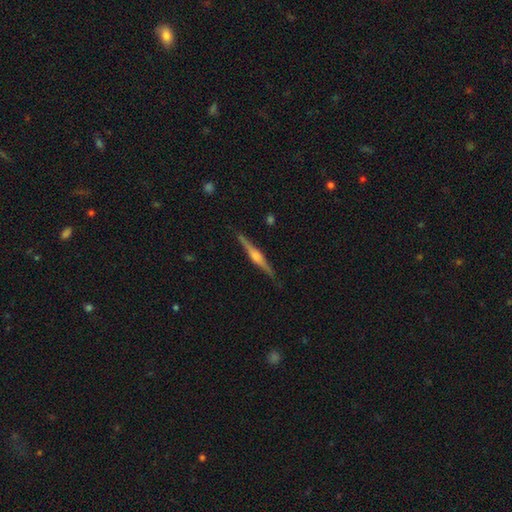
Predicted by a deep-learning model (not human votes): smooth_or_featured: featured or disk (p=0.76) [alt: smooth p=0.18]
disk_edge_on: yes (p=0.98) [alt: no p=0.02]
edge_on_bulge: rounded (p=0.74) [alt: boxy p=0.20]
merging: none (p=0.88) [alt: minor disturbance p=0.09]